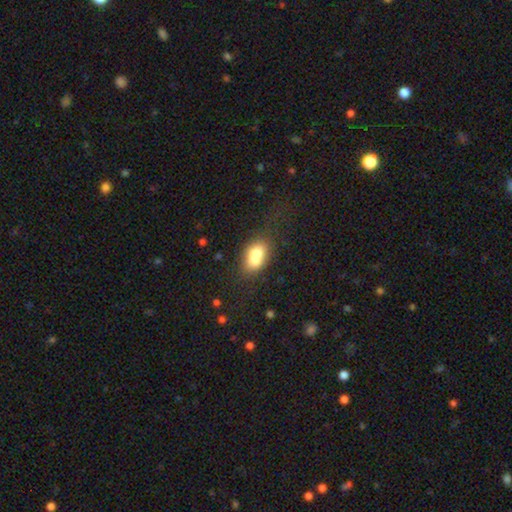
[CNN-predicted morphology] smooth_or_featured: smooth (p=0.67) [alt: featured or disk p=0.24]
how_rounded: in between (p=0.70) [alt: round p=0.28]
merging: merger (p=0.55) [alt: none p=0.30]